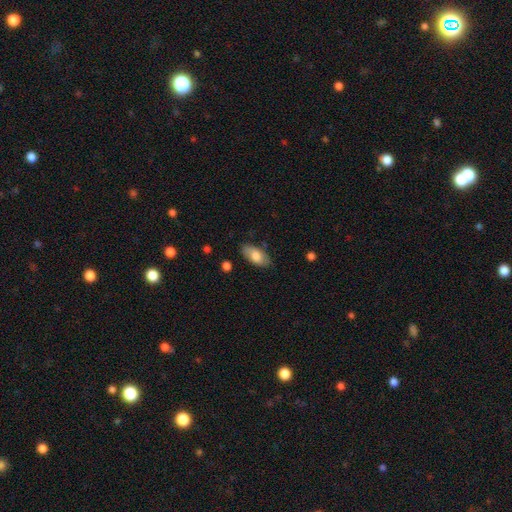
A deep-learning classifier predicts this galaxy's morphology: A smooth galaxy with no disk features (76%) that is in between round and cigar-shaped (91%). Merging: none (79%).